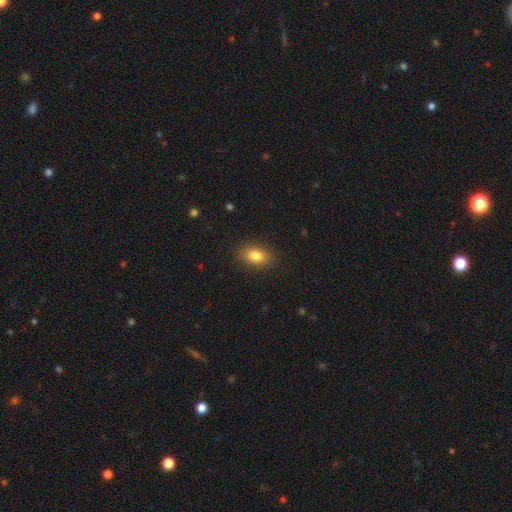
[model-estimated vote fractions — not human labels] This is clearly a smooth galaxy (84%). How rounded: clearly in between (82%). Merging: clearly none (87%).